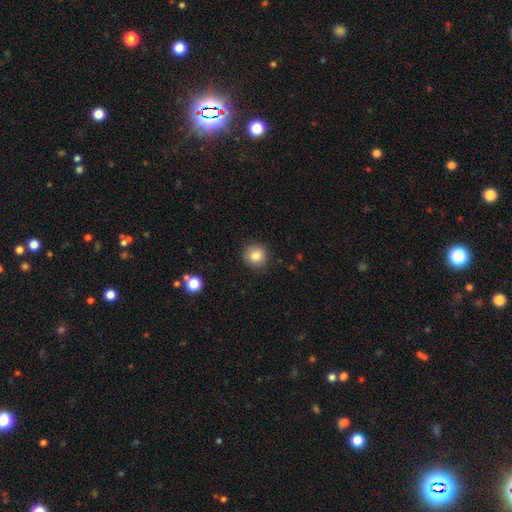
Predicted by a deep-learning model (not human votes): smooth_or_featured: smooth (p=0.84) [alt: star or artifact p=0.10]
how_rounded: round (p=0.91) [alt: in between p=0.08]
merging: none (p=0.89) [alt: minor disturbance p=0.08]